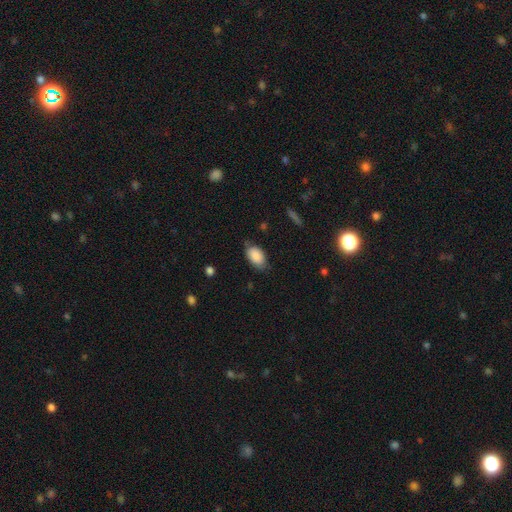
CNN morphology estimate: smooth_or_featured: smooth (p=0.87) [alt: star or artifact p=0.07]
how_rounded: in between (p=0.92) [alt: round p=0.06]
merging: none (p=0.70) [alt: minor disturbance p=0.24]